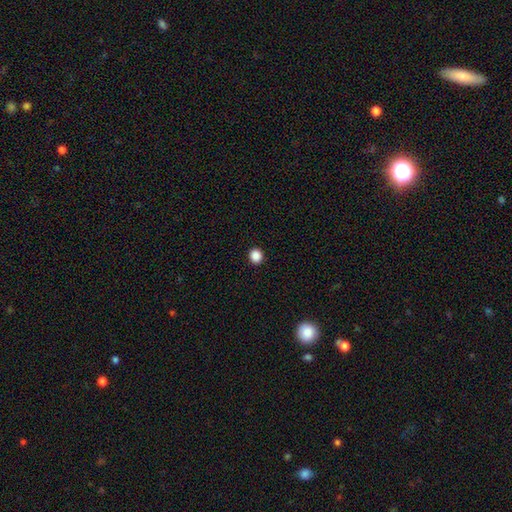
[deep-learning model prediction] The model was most divided on "how rounded": round: 87%, in between: 12%, cigar-shaped: 1%. More confident: merging — none (93%); smooth or featured — smooth (88%).